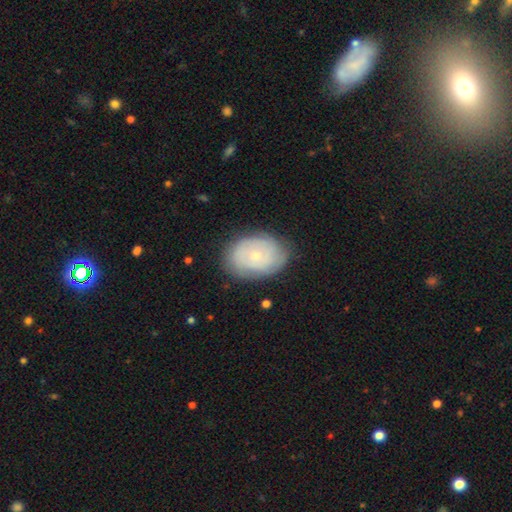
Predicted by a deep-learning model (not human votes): Morphology: type=featured or disk (49%); merging=none (78%).